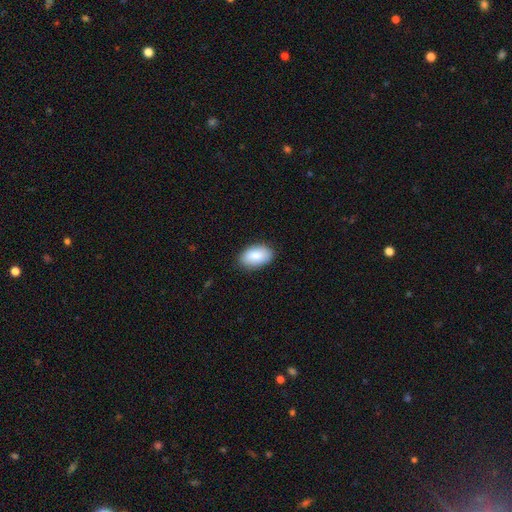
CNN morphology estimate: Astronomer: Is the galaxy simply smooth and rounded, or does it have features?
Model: smooth — 86%.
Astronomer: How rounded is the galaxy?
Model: in between — 94%.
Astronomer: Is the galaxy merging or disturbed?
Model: none — 86%.